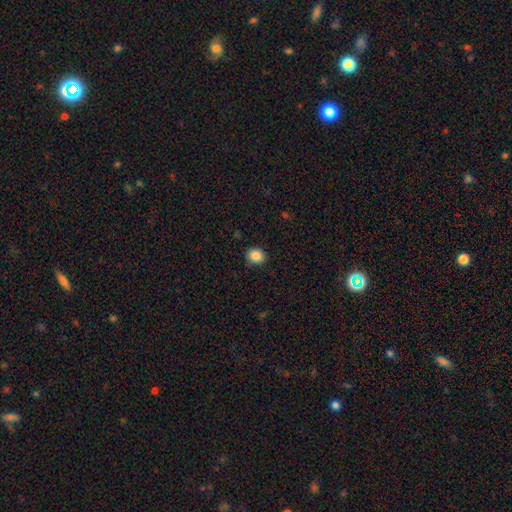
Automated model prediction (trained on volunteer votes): smooth_or_featured: smooth (p=0.86) [alt: star or artifact p=0.10]
how_rounded: round (p=0.71) [alt: in between p=0.29]
merging: none (p=0.89) [alt: minor disturbance p=0.08]